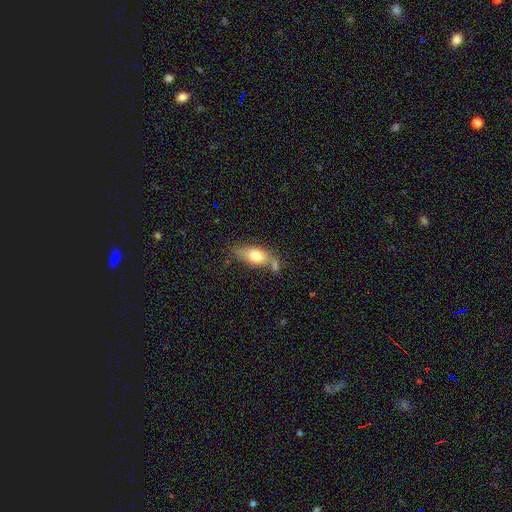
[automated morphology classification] This is likely a smooth galaxy (69%). How rounded: likely in between (80%). Merging: possibly none (58%).